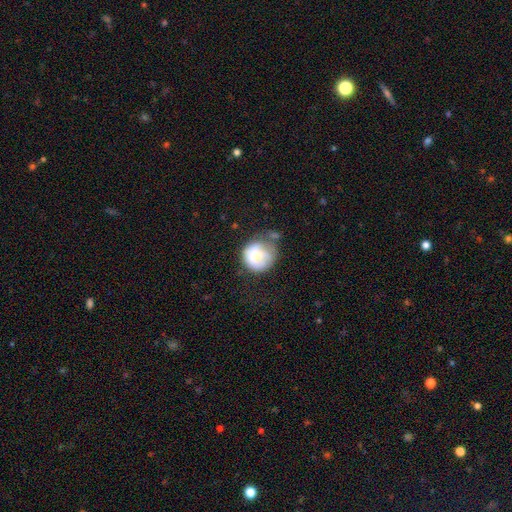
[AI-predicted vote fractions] A smooth galaxy with no disk features (64%) that is round (83%).

Vote fractions:
- Smooth or featured? smooth: 64% / featured or disk: 28% / star or artifact: 8%
- How rounded? round: 83% / in between: 16% / cigar-shaped: 1%
- Merging? none: 38% / minor disturbance: 32% / major disturbance: 21% / merger: 9%